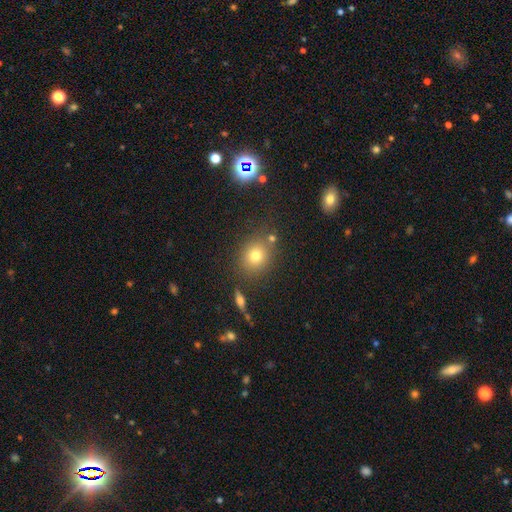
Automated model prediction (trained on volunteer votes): A smooth galaxy with no disk features (74%) that is round (72%). Merging: none (77%).